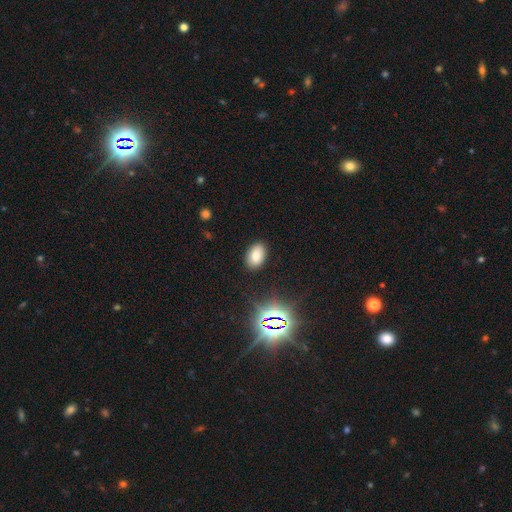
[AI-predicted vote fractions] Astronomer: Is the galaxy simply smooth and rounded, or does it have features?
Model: smooth — 74%.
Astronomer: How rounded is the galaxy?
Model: in between — 88%.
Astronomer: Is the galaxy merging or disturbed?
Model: none — 88%.